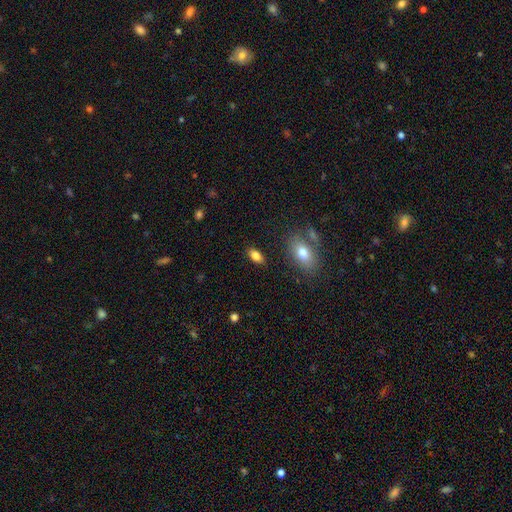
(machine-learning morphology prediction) smooth_or_featured: smooth (p=0.82) [alt: featured or disk p=0.10]
how_rounded: in between (p=0.89) [alt: cigar-shaped p=0.06]
merging: none (p=0.84) [alt: minor disturbance p=0.10]